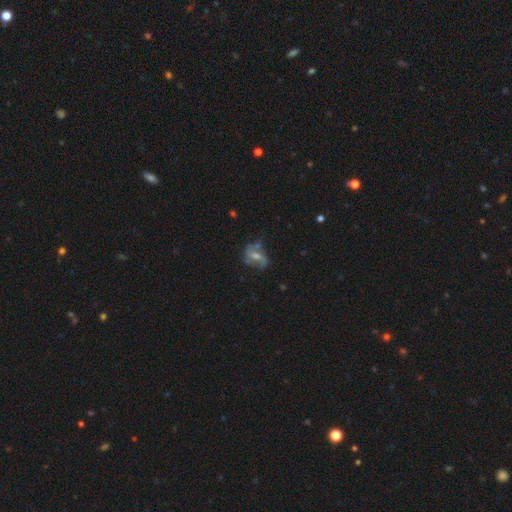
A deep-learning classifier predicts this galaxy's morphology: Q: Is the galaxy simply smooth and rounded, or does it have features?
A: featured or disk — 66%.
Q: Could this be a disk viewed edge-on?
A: no — 96%.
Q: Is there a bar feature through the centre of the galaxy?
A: weak — 43%.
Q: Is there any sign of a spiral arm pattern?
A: yes — 80%.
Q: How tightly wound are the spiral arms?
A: loose — 48%.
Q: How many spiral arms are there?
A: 2 — 67%.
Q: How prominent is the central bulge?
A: moderate — 52%.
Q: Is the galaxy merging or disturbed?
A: none — 55%.